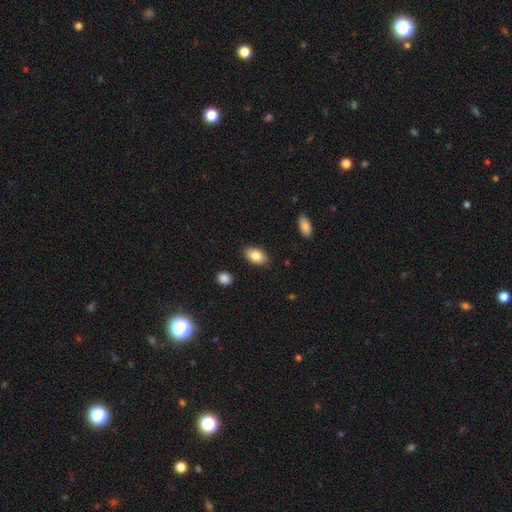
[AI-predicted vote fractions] Overall: smooth (85%). How rounded: in between (92%). Merging: none (87%).